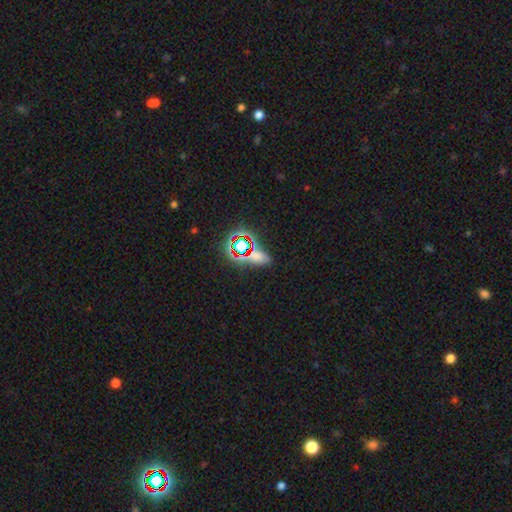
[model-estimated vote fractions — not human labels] A star or artifact, not a galaxy (49%).